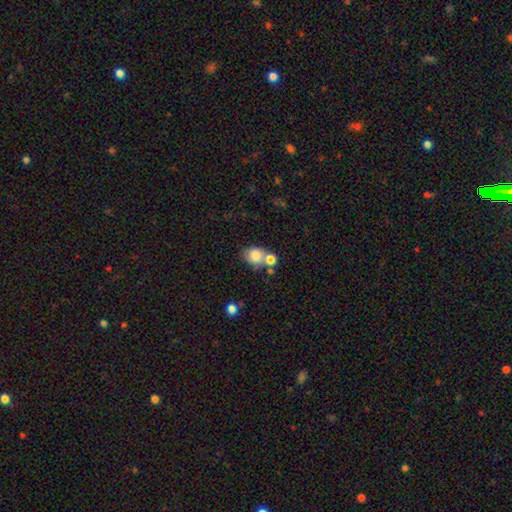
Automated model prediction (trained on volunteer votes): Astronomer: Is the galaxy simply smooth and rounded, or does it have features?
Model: smooth — 77%.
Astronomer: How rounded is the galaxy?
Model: in between — 52% (runner-up: round, 47%).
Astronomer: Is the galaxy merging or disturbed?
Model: merger — 42% (runner-up: none, 39%).